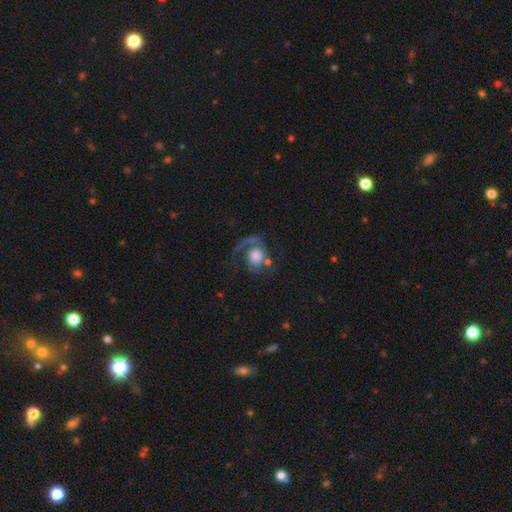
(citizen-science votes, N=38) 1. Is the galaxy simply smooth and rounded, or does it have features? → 58% featured or disk, 34% smooth, 8% star or artifact.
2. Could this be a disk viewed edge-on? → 100% no, 0% yes.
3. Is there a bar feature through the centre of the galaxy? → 77% no, 18% weak, 5% strong.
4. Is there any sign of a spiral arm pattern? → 86% yes, 14% no.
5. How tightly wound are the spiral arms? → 58% medium, 26% loose, 16% tight.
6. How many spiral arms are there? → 68% 1, 26% 2, 5% more than 4, 0% 3, 0% 4, 0% can't tell.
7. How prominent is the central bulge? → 32% moderate, 23% large, 23% small, 14% dominant, 9% none.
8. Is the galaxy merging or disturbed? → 46% major disturbance, 34% none, 17% minor disturbance, 3% merger.